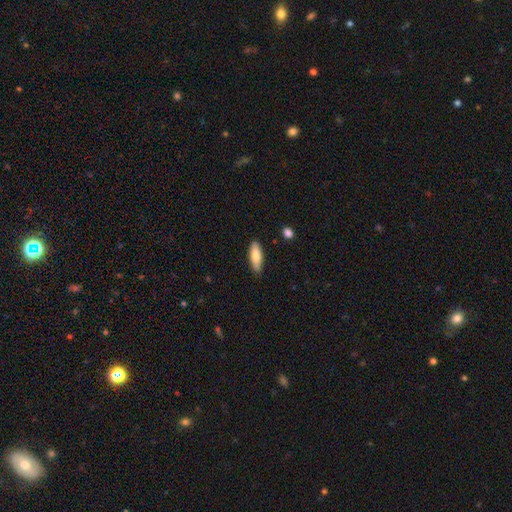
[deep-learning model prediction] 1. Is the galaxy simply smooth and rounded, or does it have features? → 80% smooth, 14% featured or disk, 6% star or artifact.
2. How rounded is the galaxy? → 57% in between, 41% cigar-shaped, 2% round.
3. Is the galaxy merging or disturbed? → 84% none, 12% minor disturbance, 2% major disturbance, 2% merger.